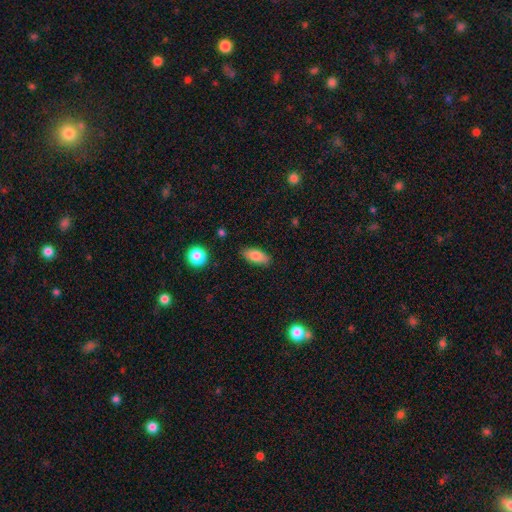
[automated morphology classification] This appears to be a smooth galaxy with no disk features (81%) that is in between round and cigar-shaped (83%). Merging: none (86%).